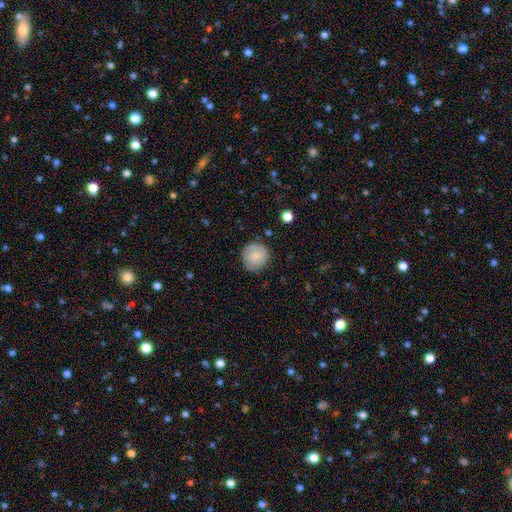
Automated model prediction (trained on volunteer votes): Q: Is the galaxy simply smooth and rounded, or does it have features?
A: smooth — 75%.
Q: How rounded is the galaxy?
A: round — 90%.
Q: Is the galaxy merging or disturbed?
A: none — 80%.